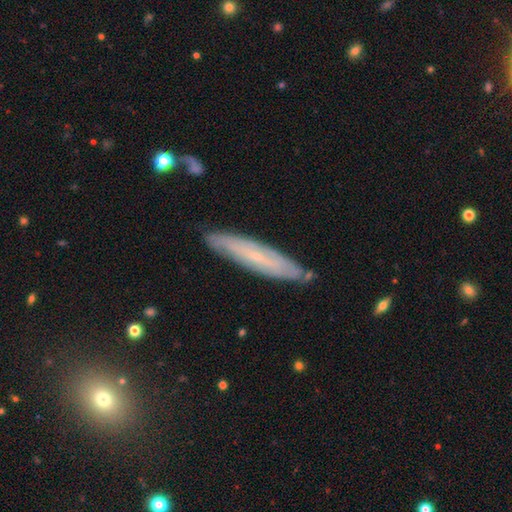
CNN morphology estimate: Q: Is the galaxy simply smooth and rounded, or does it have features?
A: featured or disk — 61%.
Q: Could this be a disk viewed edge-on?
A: yes — 51%.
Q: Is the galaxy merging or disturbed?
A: none — 82%.